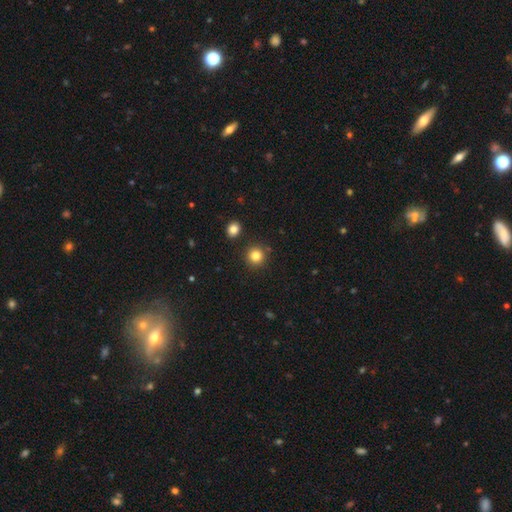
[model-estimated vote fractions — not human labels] Overall: smooth (83%). How rounded: round (92%). Merging: none (87%).